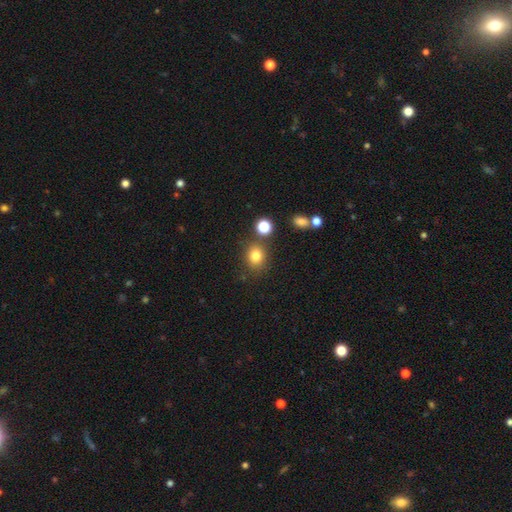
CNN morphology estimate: A smooth galaxy with no disk features (80%) that is round (71%).

Vote fractions:
- Smooth or featured? smooth: 80% / star or artifact: 13% / featured or disk: 7%
- How rounded? round: 71% / in between: 28% / cigar-shaped: 1%
- Merging? none: 78% / minor disturbance: 11% / merger: 8% / major disturbance: 4%